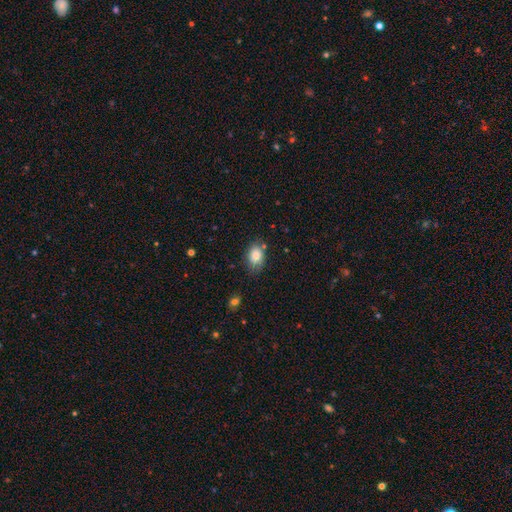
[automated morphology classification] smooth_or_featured: smooth (p=0.86) [alt: star or artifact p=0.08]
how_rounded: in between (p=0.81) [alt: round p=0.17]
merging: none (p=0.72) [alt: minor disturbance p=0.20]